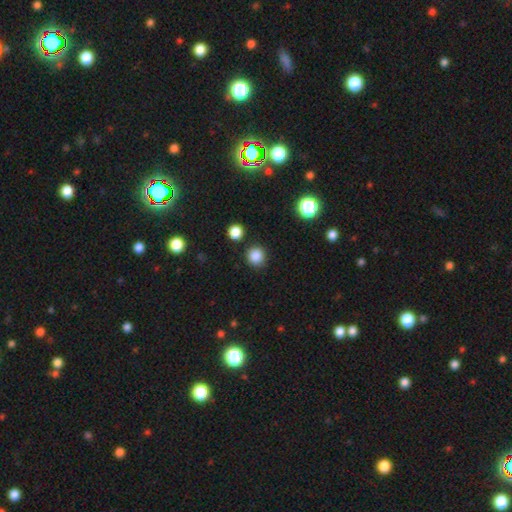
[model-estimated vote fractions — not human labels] smooth 85%, star or artifact 12%, featured or disk 3%. Down the decision tree: how rounded — round (92%); merging — none (87%).